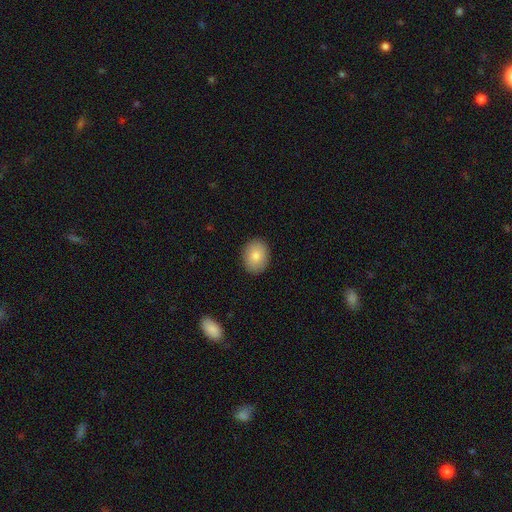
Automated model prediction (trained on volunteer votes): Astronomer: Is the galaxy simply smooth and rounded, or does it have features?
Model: smooth — 83%.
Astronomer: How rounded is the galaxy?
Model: in between — 61% (runner-up: round, 38%).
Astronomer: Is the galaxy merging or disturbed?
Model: none — 90%.